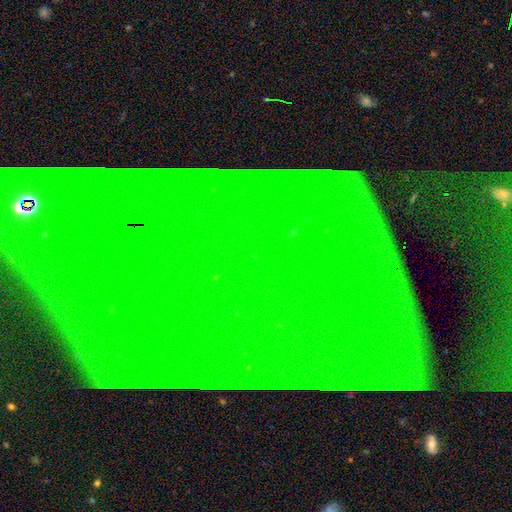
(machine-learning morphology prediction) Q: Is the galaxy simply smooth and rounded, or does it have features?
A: star or artifact — 84%.